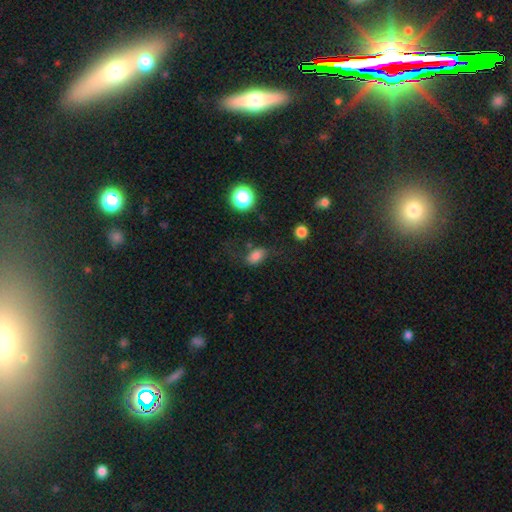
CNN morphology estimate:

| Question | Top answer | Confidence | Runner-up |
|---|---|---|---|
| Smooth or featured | smooth | 76% | star or artifact (13%) |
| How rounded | in between | 82% | round (16%) |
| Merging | none | 51% | minor disturbance (25%) |